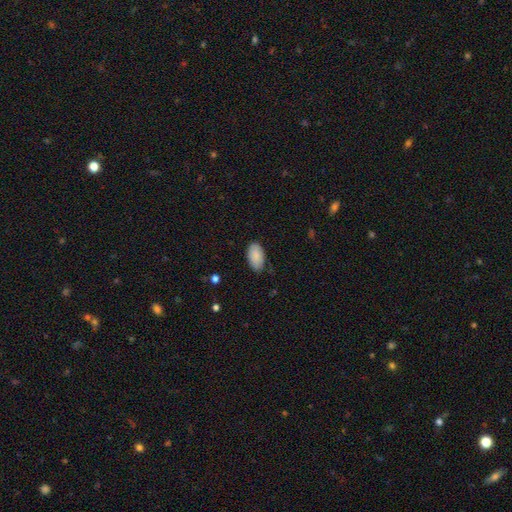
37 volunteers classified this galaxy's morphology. Smooth or featured? 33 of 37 (89%) said smooth. How rounded? 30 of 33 (91%) said in between. Merging? 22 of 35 (63%) said none.